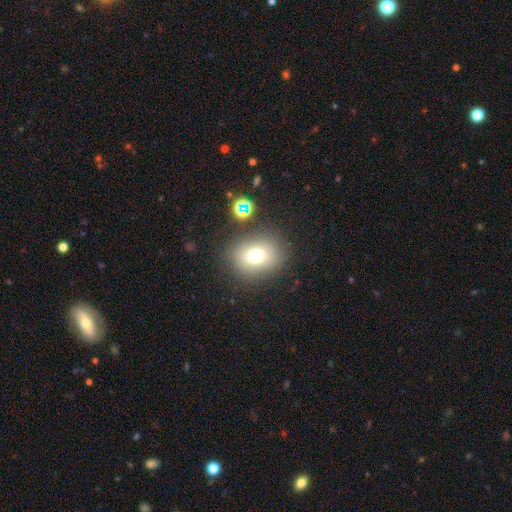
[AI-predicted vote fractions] Smooth or featured? Predicted: smooth (p=0.71). How rounded? Predicted: round (p=0.59). Merging? Predicted: none (p=0.79).